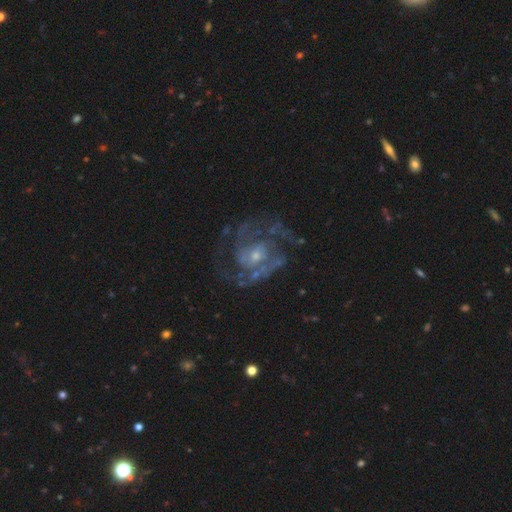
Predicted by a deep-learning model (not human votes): Smooth or featured: featured or disk — 87% (star or artifact — 7%)
Edge-on disk: no — 98% (yes — 2%)
Bar: no — 59% (weak — 34%)
Spiral arms: yes — 91% (no — 9%)
Spiral winding: medium — 48% (tight — 38%)
Spiral arm count: 2 — 41% (can't tell — 22%)
Bulge size: small — 55% (moderate — 38%)
Merging: none — 64% (minor disturbance — 17%)